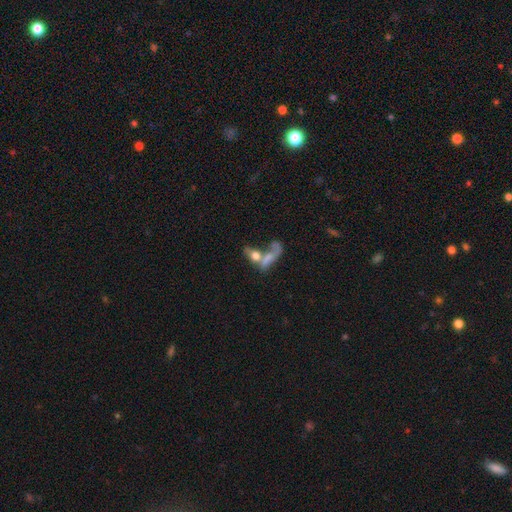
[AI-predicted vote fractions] Smooth or featured? Predicted: smooth (p=0.55). How rounded? Predicted: in between (p=0.68). Merging? Predicted: merger (p=0.62).